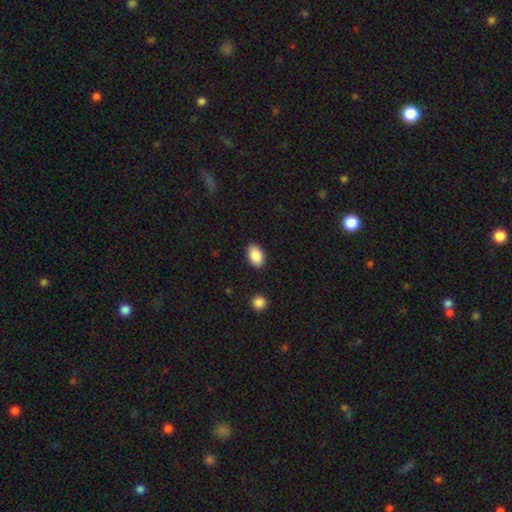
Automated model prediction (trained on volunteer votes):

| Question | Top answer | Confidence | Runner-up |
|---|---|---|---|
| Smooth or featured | smooth | 89% | star or artifact (7%) |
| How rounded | in between | 91% | round (8%) |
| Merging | none | 88% | minor disturbance (8%) |